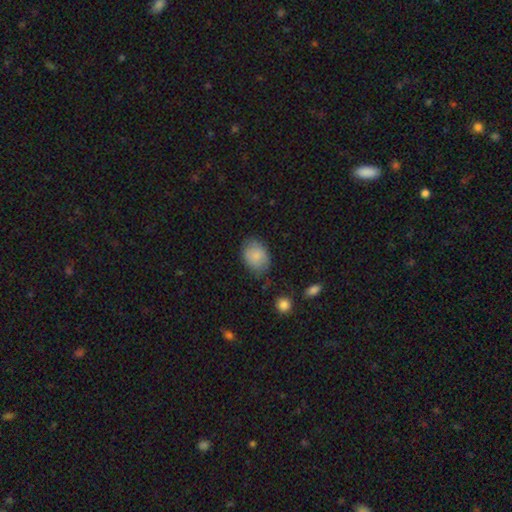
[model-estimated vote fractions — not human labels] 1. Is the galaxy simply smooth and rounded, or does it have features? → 82% smooth, 11% featured or disk, 7% star or artifact.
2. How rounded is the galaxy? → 69% in between, 29% round, 1% cigar-shaped.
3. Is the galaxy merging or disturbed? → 70% none, 22% minor disturbance, 6% major disturbance, 2% merger.